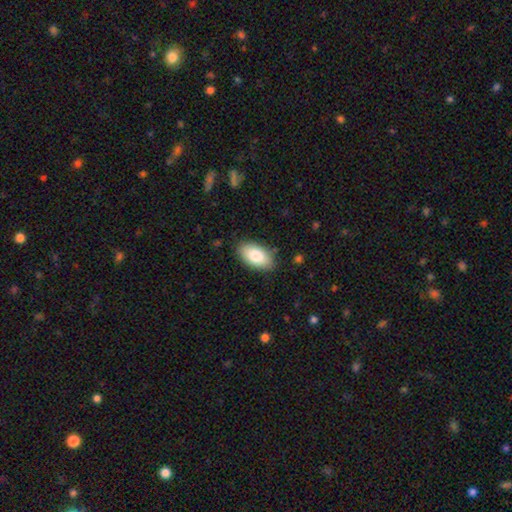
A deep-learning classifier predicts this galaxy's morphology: A smooth galaxy with no disk features (83%) that is in between round and cigar-shaped (95%).

Vote fractions:
- Smooth or featured? smooth: 83% / featured or disk: 11% / star or artifact: 6%
- How rounded? in between: 95% / round: 3% / cigar-shaped: 2%
- Merging? none: 86% / minor disturbance: 11% / major disturbance: 2% / merger: 1%